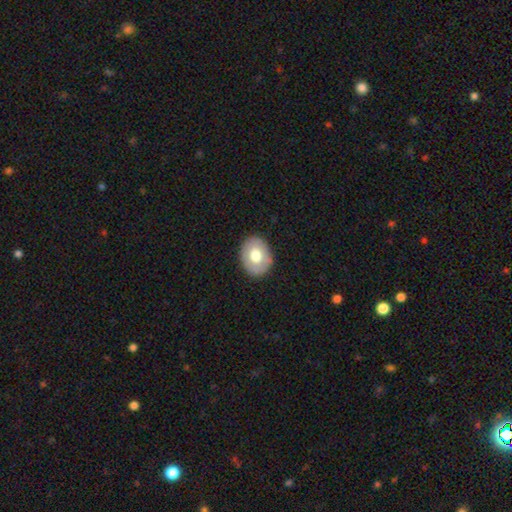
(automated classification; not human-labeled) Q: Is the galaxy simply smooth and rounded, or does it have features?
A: smooth — 68%.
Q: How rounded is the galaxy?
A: in between — 56%.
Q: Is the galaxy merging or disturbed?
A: none — 87%.